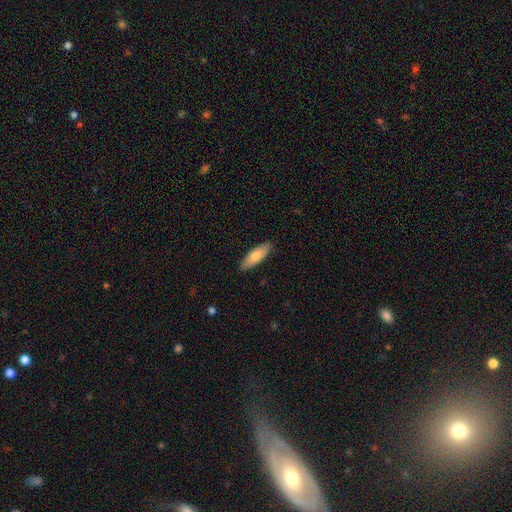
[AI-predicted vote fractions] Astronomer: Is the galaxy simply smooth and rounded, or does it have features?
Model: smooth — 72%.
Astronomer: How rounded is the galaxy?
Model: cigar-shaped — 50% (runner-up: in between, 48%).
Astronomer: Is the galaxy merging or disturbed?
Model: none — 89%.